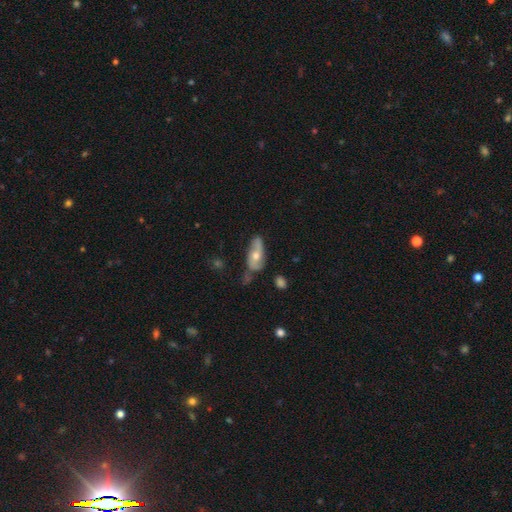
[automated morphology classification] Smooth or featured? Predicted: featured or disk (p=0.48). Merging? Predicted: none (p=0.55).